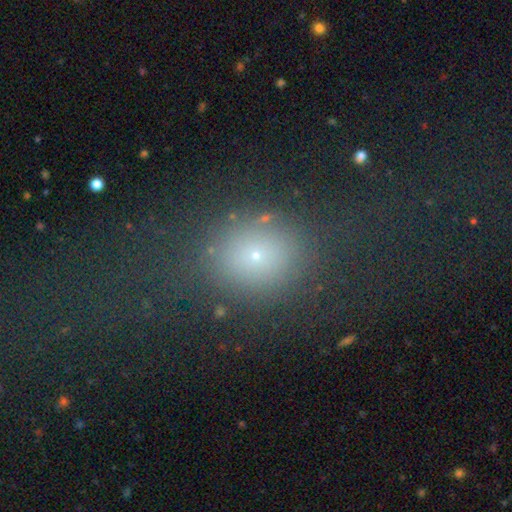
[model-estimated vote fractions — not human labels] Smooth or featured? smooth (66%)
How rounded? round (61%)
Merging? none (73%)